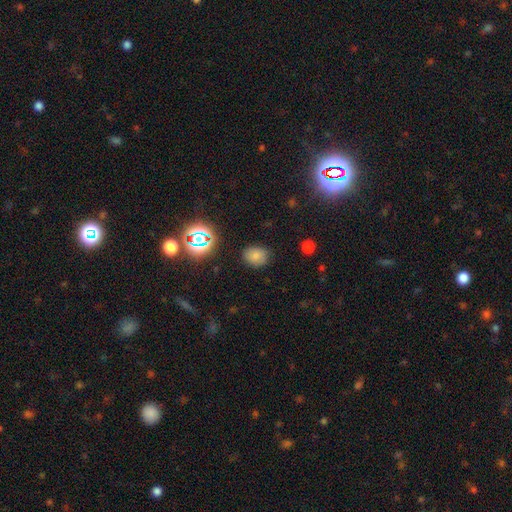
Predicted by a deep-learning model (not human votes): A smooth galaxy with no disk features (76%) that is in between round and cigar-shaped (51%). Merging: none (82%).